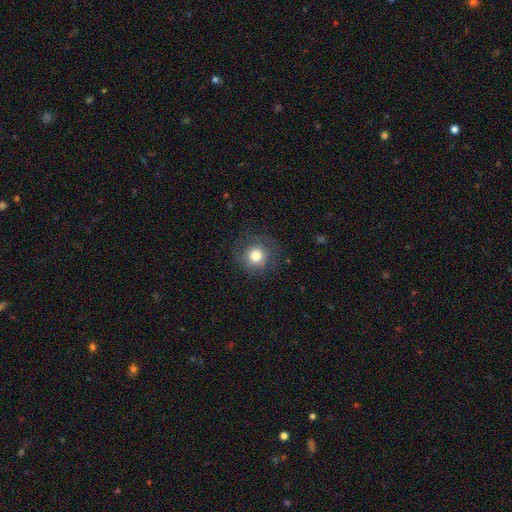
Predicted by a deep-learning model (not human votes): Smooth or featured: smooth — 76% (featured or disk — 15%)
How rounded: round — 93% (in between — 6%)
Merging: none — 77% (minor disturbance — 14%)